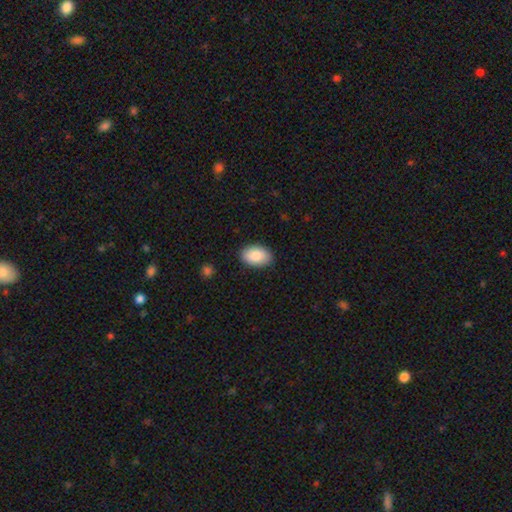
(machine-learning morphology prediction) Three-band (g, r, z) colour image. It shows a smooth galaxy with no disk features (88%) that is in between round and cigar-shaped (91%). Merging: none (88%).